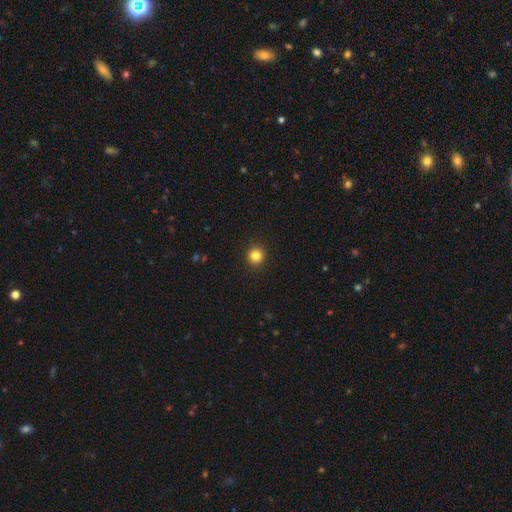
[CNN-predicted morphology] A smooth galaxy with no disk features (83%) that is round (95%). Merging: none (93%).